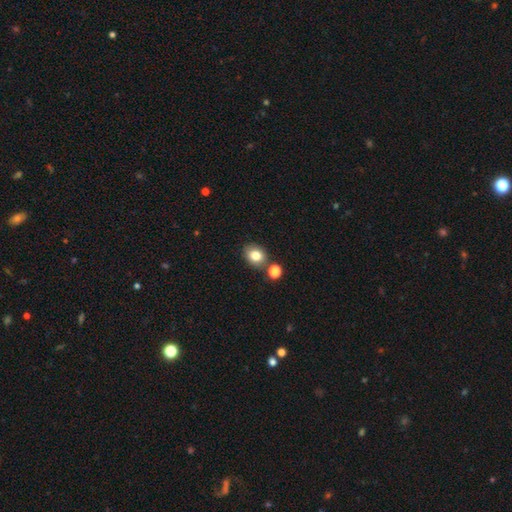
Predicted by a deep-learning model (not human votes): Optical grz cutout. It shows a smooth galaxy with no disk features (82%) that is round (54%). Merging: none (73%).